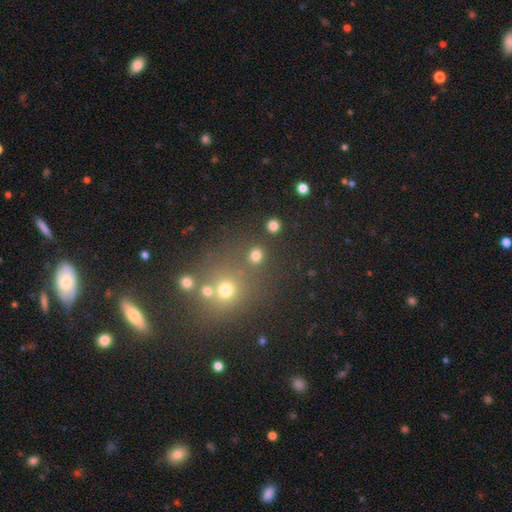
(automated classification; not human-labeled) Smooth or featured? Predicted: smooth (p=0.77). How rounded? Predicted: round (p=0.88). Merging? Predicted: none (p=0.81).